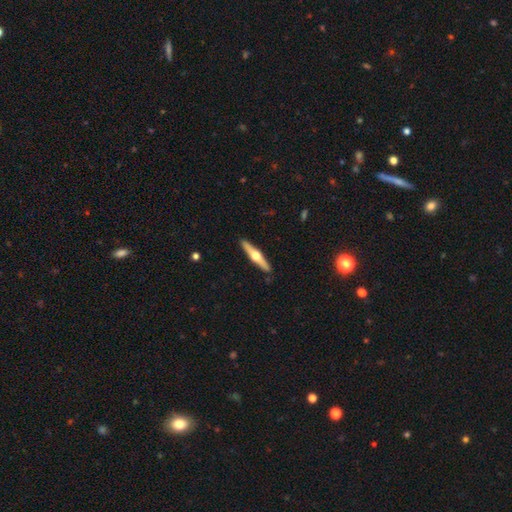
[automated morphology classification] A featured or disk galaxy (66%) viewed edge-on (97%) with a rounded central bulge (95%).

Vote fractions:
- Smooth or featured? featured or disk: 66% / smooth: 29% / star or artifact: 5%
- Edge-on disk? yes: 97% / no: 3%
- Edge-on bulge? rounded: 95% / boxy: 2% / none: 2%
- Merging? none: 91% / minor disturbance: 7% / major disturbance: 1% / merger: 1%